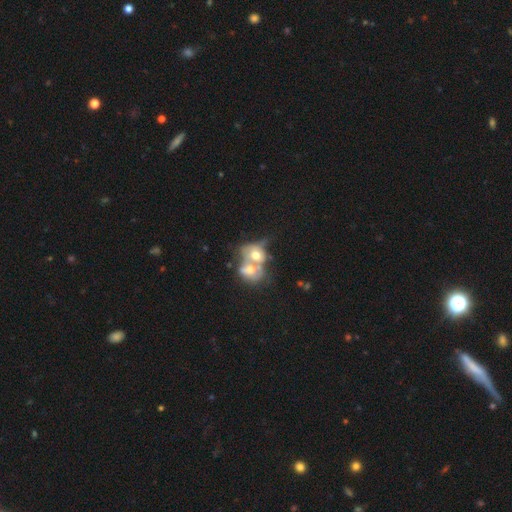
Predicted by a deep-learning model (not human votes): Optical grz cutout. It shows a smooth galaxy with no disk features (51%) that is in between round and cigar-shaped (54%). Merging: merger (80%).